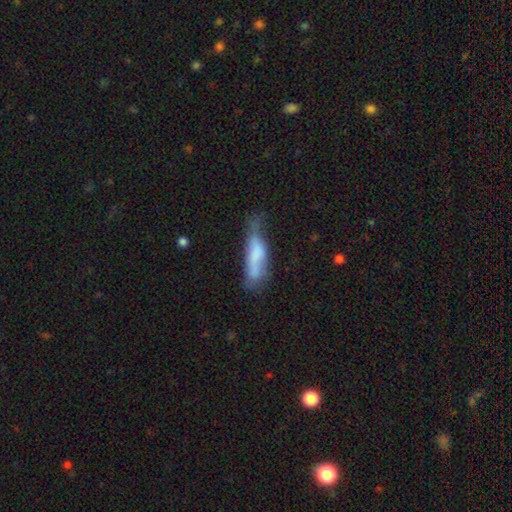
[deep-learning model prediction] The model was most divided on "merging": minor disturbance: 33%, none: 29%, major disturbance: 26%, merger: 13%. More confident: smooth or featured — smooth (60%); how rounded — cigar-shaped (55%).